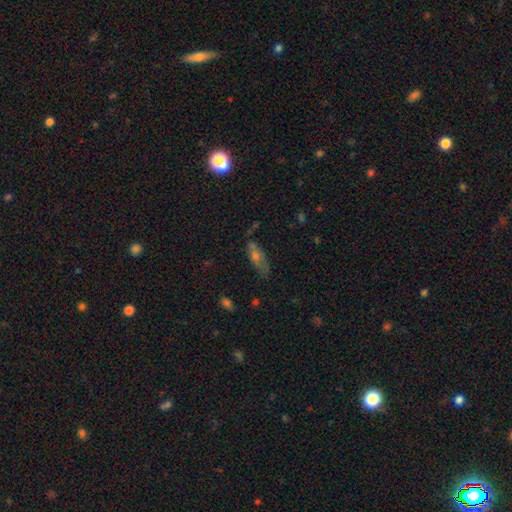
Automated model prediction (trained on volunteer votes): smooth 49%, featured or disk 35%, star or artifact 16%. Down the decision tree: merging — none (63%).